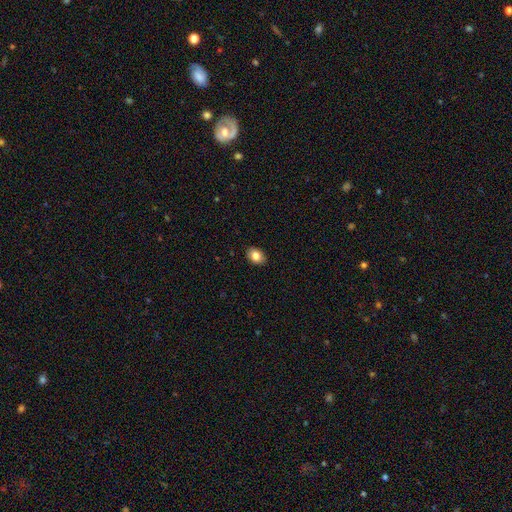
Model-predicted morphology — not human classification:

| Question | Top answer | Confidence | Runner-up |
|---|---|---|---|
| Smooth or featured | smooth | 83% | featured or disk (9%) |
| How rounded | in between | 71% | round (28%) |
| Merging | none | 89% | minor disturbance (8%) |